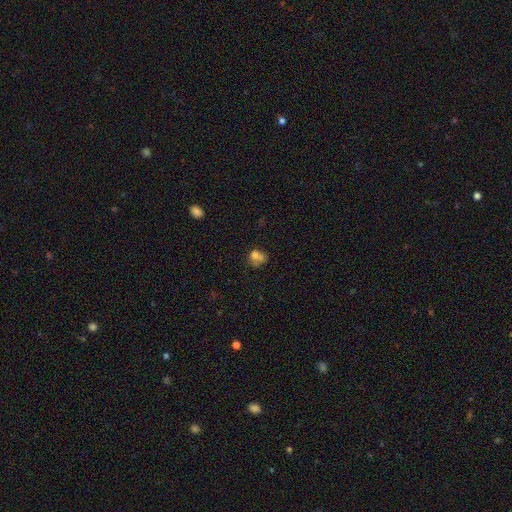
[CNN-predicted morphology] Overall: smooth (67%). How rounded: round (57%; in between 42%). Merging: merger (36%; none 32%).